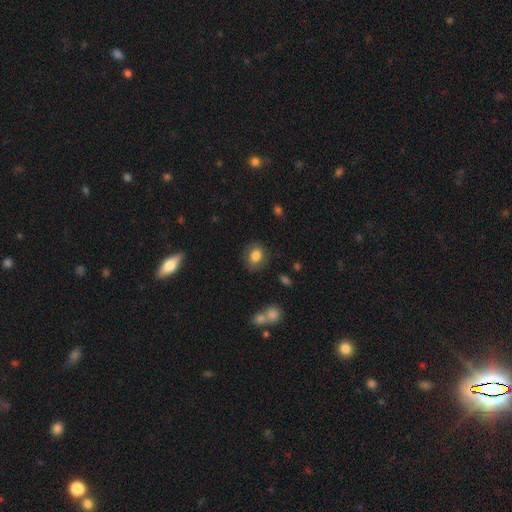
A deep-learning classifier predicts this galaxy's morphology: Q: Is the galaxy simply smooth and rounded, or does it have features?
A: smooth — 82%.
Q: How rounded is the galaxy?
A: round — 55%.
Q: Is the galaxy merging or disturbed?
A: none — 83%.